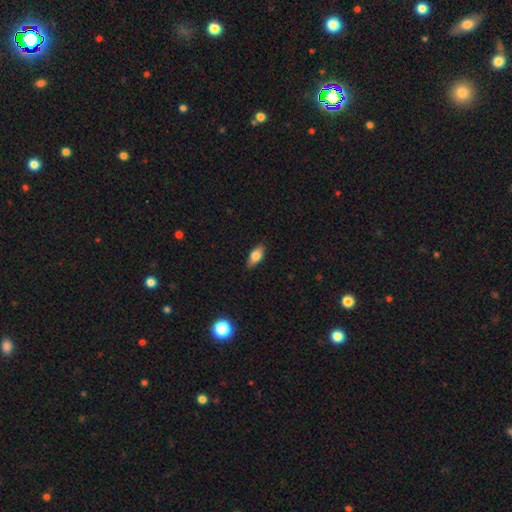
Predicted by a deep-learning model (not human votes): The model was most divided on "smooth or featured": smooth: 77%, featured or disk: 16%, star or artifact: 7%. More confident: merging — none (87%); how rounded — in between (86%).